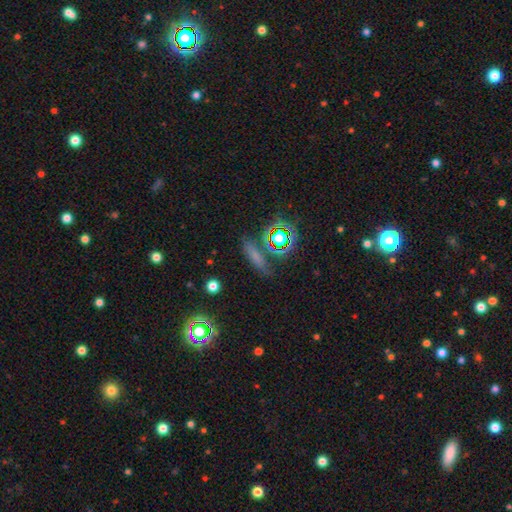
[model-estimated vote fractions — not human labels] smooth-or-featured: smooth: 58% | star or artifact: 26% | featured or disk: 16%
  how-rounded: cigar-shaped: 62% | in between: 26% | round: 12%
  merging: none: 76% | minor disturbance: 13% | merger: 5% | major disturbance: 5%